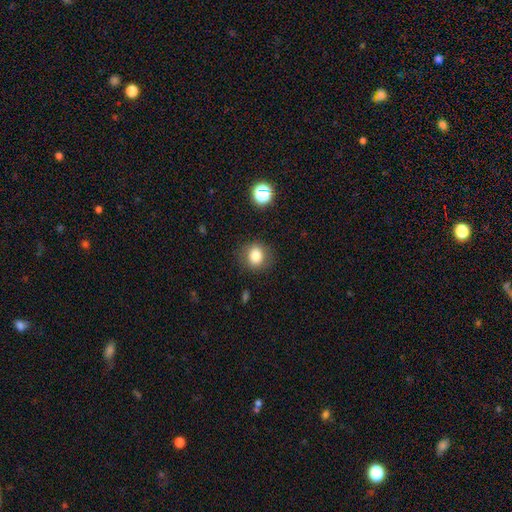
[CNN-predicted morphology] Overall: smooth (81%). How rounded: round (77%). Merging: none (84%).